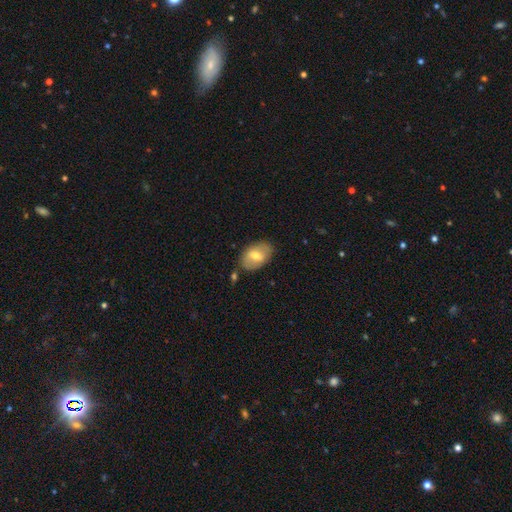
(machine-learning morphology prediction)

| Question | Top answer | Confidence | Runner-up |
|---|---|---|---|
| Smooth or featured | smooth | 62% | featured or disk (32%) |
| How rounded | in between | 89% | round (10%) |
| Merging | none | 78% | minor disturbance (14%) |